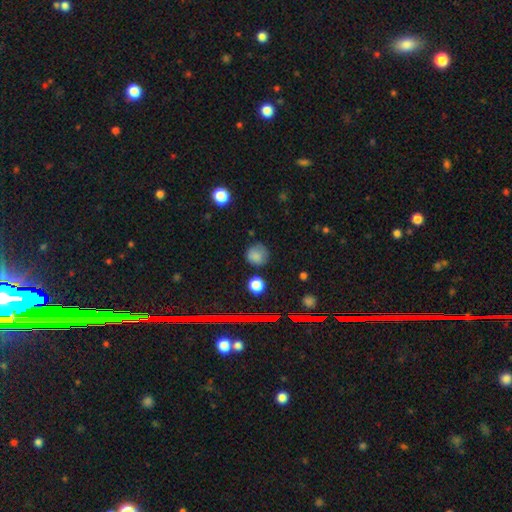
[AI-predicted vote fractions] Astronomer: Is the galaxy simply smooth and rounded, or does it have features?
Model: smooth — 79%.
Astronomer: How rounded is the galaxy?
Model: round — 89%.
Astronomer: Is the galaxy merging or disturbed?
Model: none — 74%.